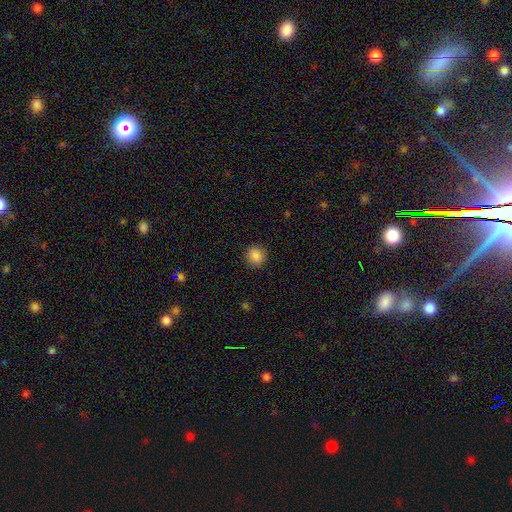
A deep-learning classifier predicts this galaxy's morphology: This is clearly a smooth galaxy (87%). How rounded: clearly round (90%). Merging: clearly none (91%).